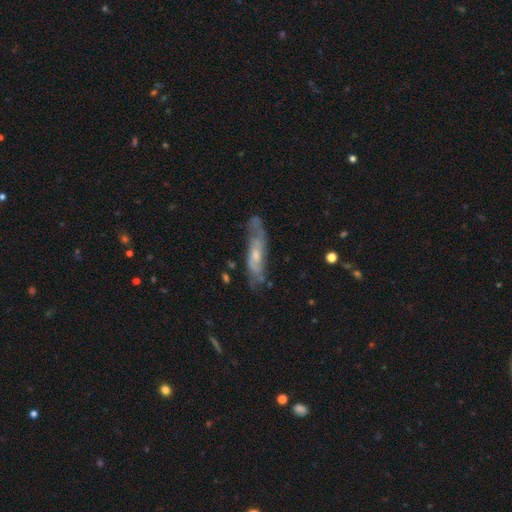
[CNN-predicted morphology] featured or disk 62%, smooth 31%, star or artifact 7%. Down the decision tree: edge-on disk — no (62%); merging — none (57%).